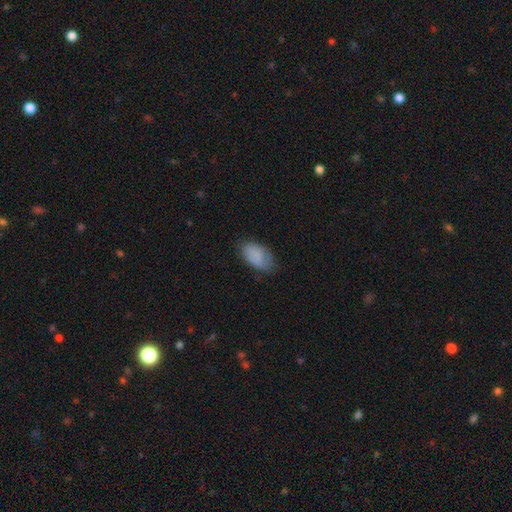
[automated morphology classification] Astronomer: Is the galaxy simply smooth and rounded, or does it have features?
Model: smooth — 81%.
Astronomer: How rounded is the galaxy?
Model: in between — 93%.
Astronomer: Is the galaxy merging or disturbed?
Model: none — 65%.